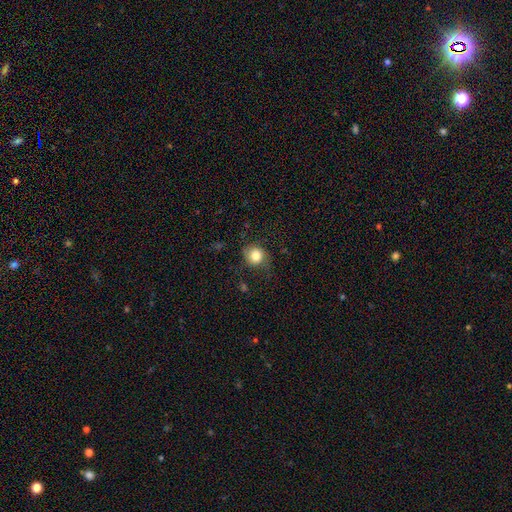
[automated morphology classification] Q: Smooth or featured?
A: smooth (81%); runner-up: star or artifact (10%)
Q: How rounded?
A: round (82%); runner-up: in between (18%)
Q: Merging?
A: none (69%); runner-up: minor disturbance (21%)